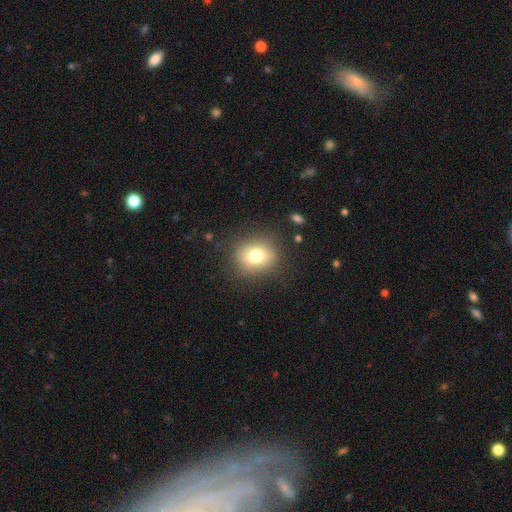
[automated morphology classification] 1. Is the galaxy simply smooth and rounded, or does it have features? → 74% smooth, 13% featured or disk, 12% star or artifact.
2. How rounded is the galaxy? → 73% round, 26% in between, 1% cigar-shaped.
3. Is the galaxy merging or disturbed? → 84% none, 10% minor disturbance, 4% major disturbance, 1% merger.